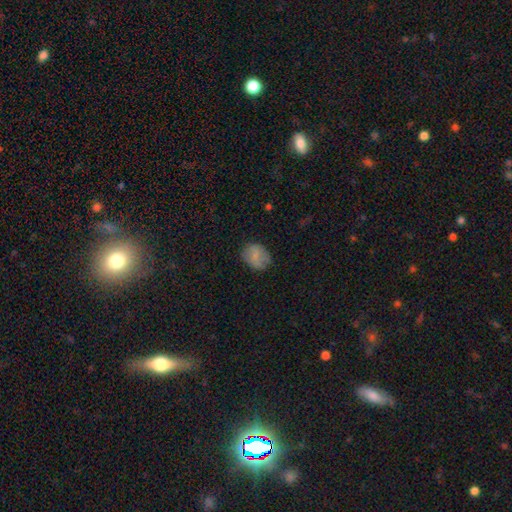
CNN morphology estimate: This is likely a smooth galaxy (77%). How rounded: possibly in between (54%). Merging: likely none (73%).